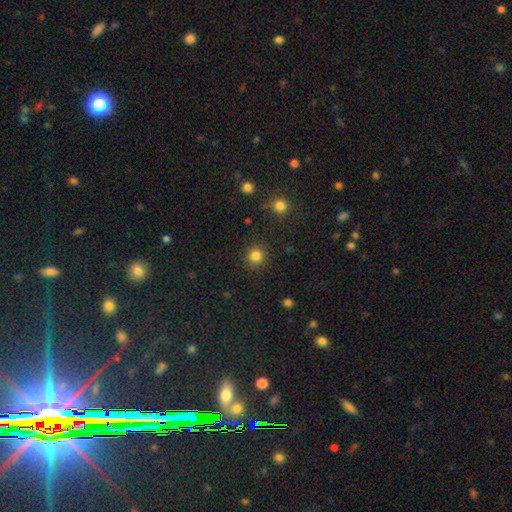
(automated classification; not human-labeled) Morphology: type=smooth (82%); roundness=round (93%); merging=none (89%).